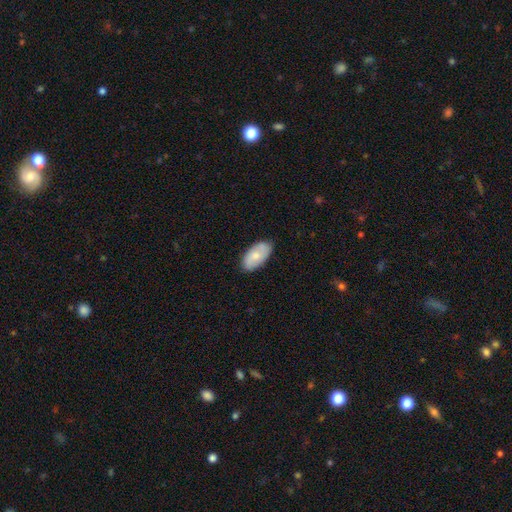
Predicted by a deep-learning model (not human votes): A smooth galaxy with no disk features (73%) that is in between round and cigar-shaped (95%). Merging: none (80%).